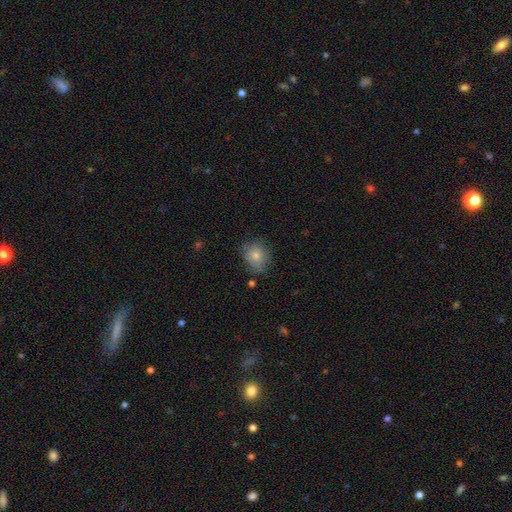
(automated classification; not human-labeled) smooth-or-featured: smooth: 78% | featured or disk: 13% | star or artifact: 9%
  how-rounded: round: 74% | in between: 25% | cigar-shaped: 1%
  merging: none: 68% | minor disturbance: 24% | major disturbance: 6% | merger: 3%